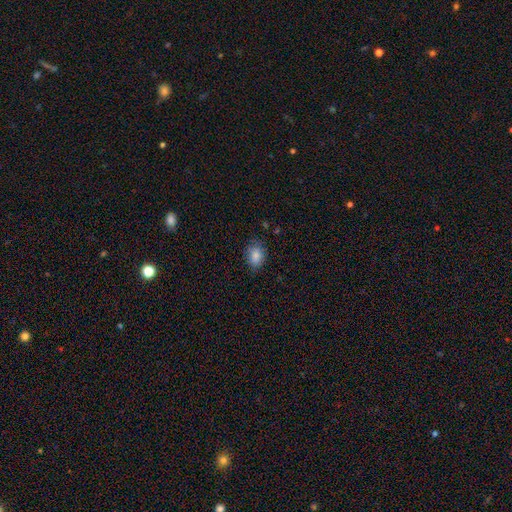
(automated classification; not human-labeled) smooth-or-featured: smooth: 85% | star or artifact: 9% | featured or disk: 6%
  how-rounded: in between: 68% | round: 31% | cigar-shaped: 1%
  merging: none: 78% | minor disturbance: 17% | major disturbance: 4% | merger: 1%